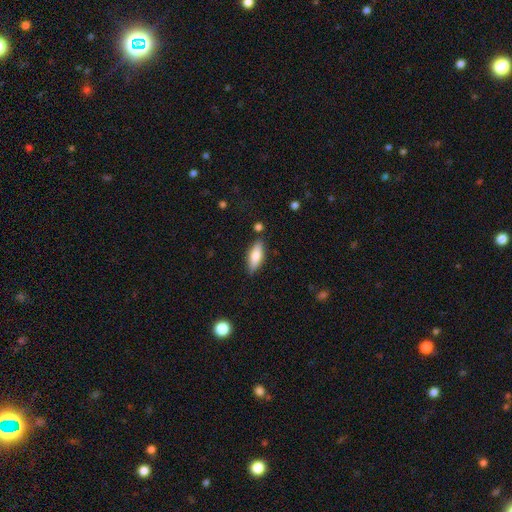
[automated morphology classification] Smooth or featured: smooth — 73% (featured or disk — 20%)
How rounded: in between — 72% (cigar-shaped — 26%)
Merging: none — 81% (minor disturbance — 13%)